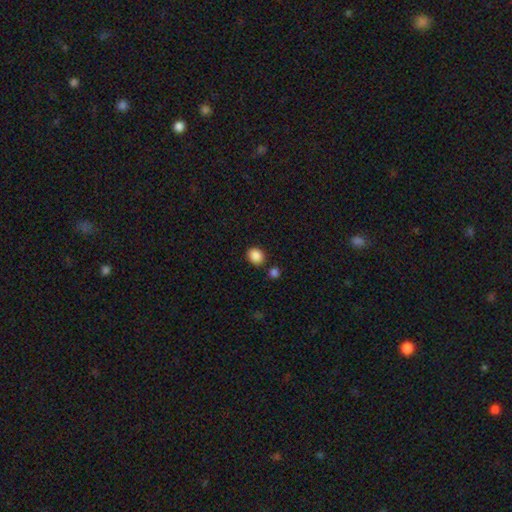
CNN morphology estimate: The model was most divided on "how rounded": round: 65%, in between: 34%, cigar-shaped: 1%. More confident: smooth or featured — smooth (88%); merging — none (82%).